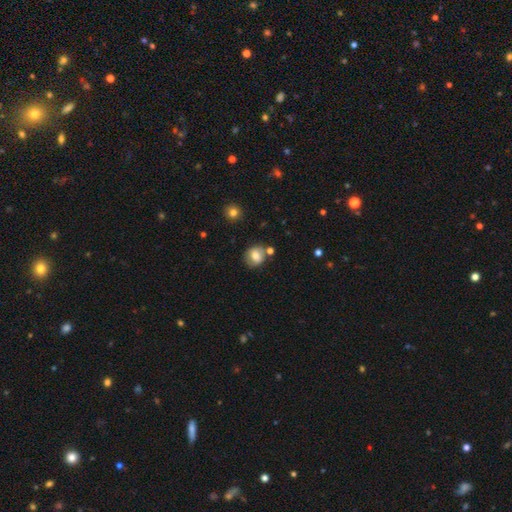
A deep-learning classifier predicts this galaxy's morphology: A smooth galaxy with no disk features (71%) that is round (77%). Merging: none (72%).